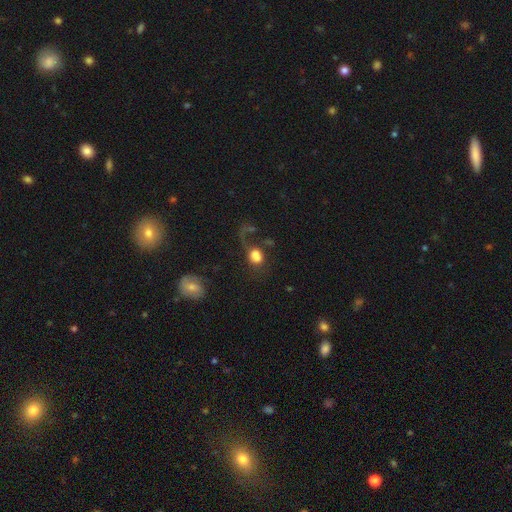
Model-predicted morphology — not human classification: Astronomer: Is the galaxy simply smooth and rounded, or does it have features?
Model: smooth — 70%.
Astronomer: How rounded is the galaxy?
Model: round — 54% (runner-up: in between, 45%).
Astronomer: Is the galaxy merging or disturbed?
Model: major disturbance — 41% (runner-up: none, 32%).